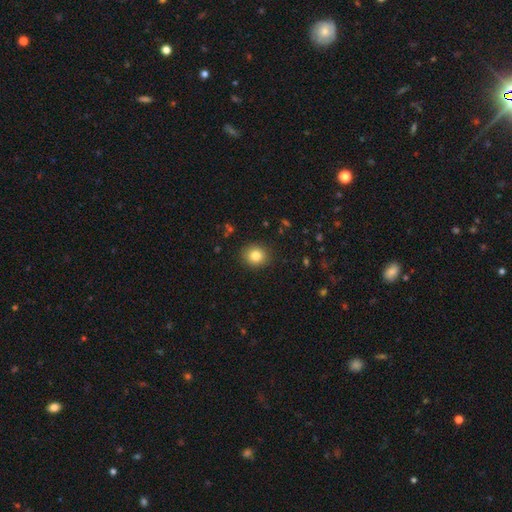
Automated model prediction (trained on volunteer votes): The model was most divided on "how rounded": round: 78%, in between: 21%, cigar-shaped: 1%. More confident: merging — none (90%); smooth or featured — smooth (82%).